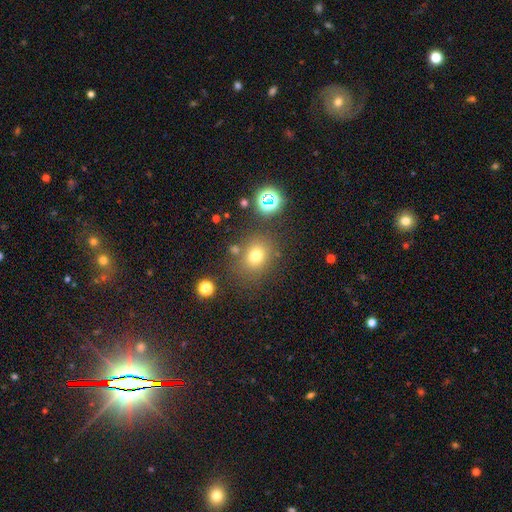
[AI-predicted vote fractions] Smooth or featured? smooth (72%)
How rounded? round (66%)
Merging? none (76%)